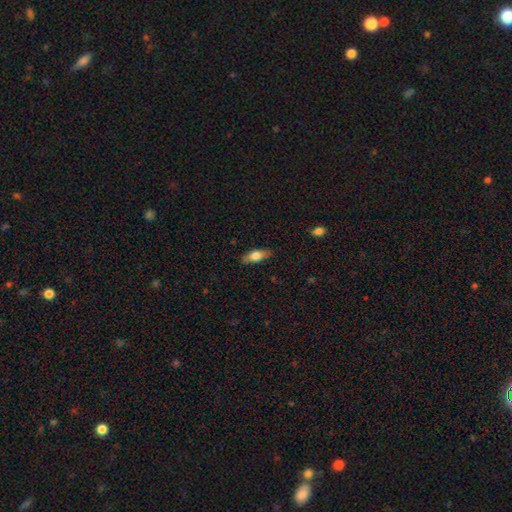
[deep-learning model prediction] smooth_or_featured: smooth (p=0.68) [alt: featured or disk p=0.25]
how_rounded: in between (p=0.73) [alt: cigar-shaped p=0.23]
merging: none (p=0.85) [alt: minor disturbance p=0.11]